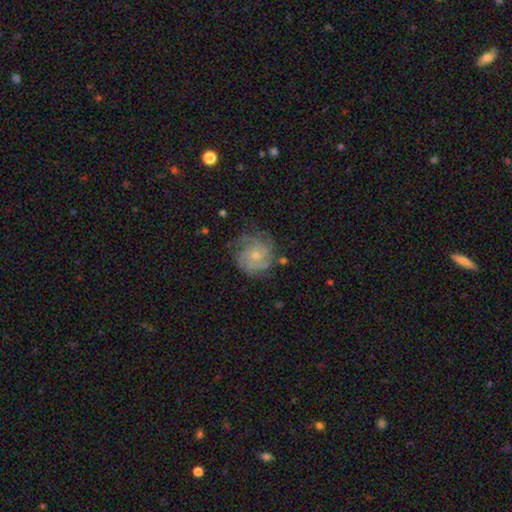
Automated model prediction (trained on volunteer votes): This is likely a featured or disk galaxy (68%). It is clearly not viewed edge-on (98%). Bar: likely no (80%). Spiral arm pattern: clearly yes (86%). Spiral arm count: marginally can't tell (41%). Spiral winding: possibly tight (55%). Central bulge: possibly small (58%). Merging: likely none (66%).